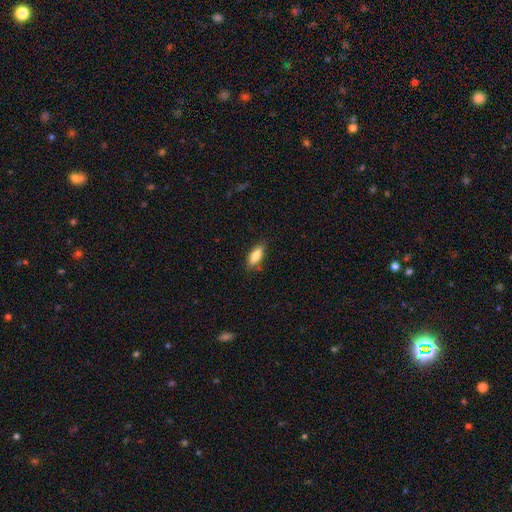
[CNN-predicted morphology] The model was most divided on "how rounded": in between: 74%, cigar-shaped: 24%, round: 2%. More confident: smooth or featured — smooth (78%); merging — none (78%).